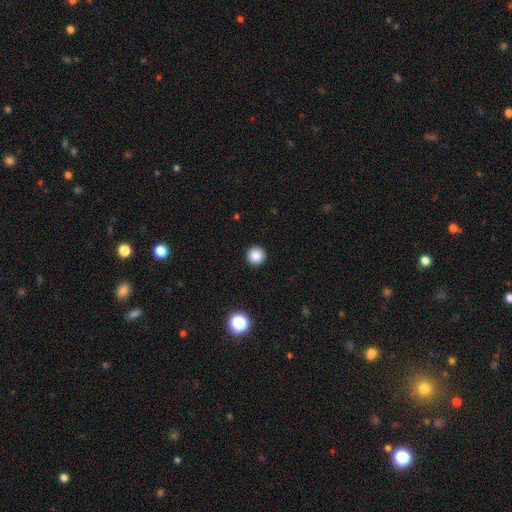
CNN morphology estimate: Smooth or featured? Predicted: smooth (p=0.86). How rounded? Predicted: round (p=0.96). Merging? Predicted: none (p=0.93).